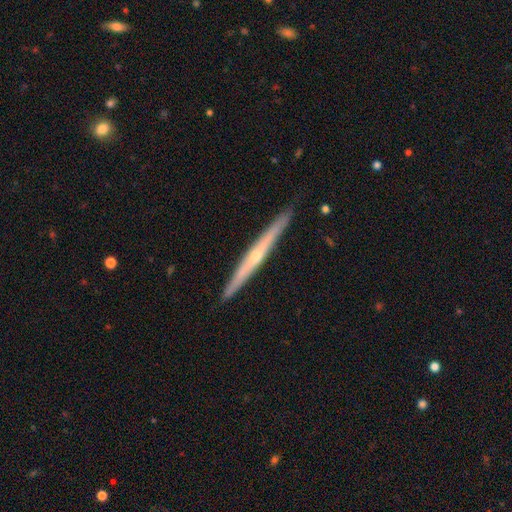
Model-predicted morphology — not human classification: featured or disk 72%, smooth 23%, star or artifact 5%. Down the decision tree: edge-on disk — yes (98%); edge-on bulge — rounded (70%); merging — none (91%).